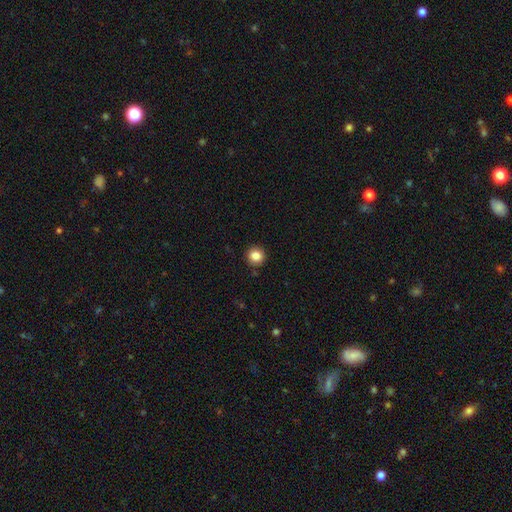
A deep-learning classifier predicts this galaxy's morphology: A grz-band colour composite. It shows a smooth galaxy with no disk features (85%) that is round (93%). Merging: none (91%).